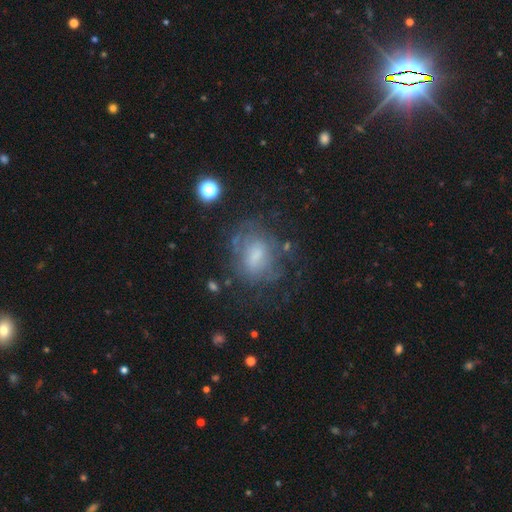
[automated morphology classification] smooth_or_featured: featured or disk (p=0.49) [alt: smooth p=0.37]
merging: none (p=0.55) [alt: minor disturbance p=0.21]